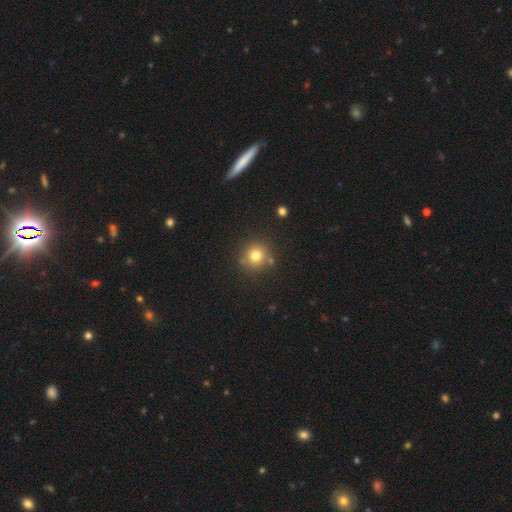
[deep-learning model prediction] smooth_or_featured: smooth (p=0.77) [alt: star or artifact p=0.14]
how_rounded: round (p=0.92) [alt: in between p=0.07]
merging: none (p=0.81) [alt: minor disturbance p=0.10]